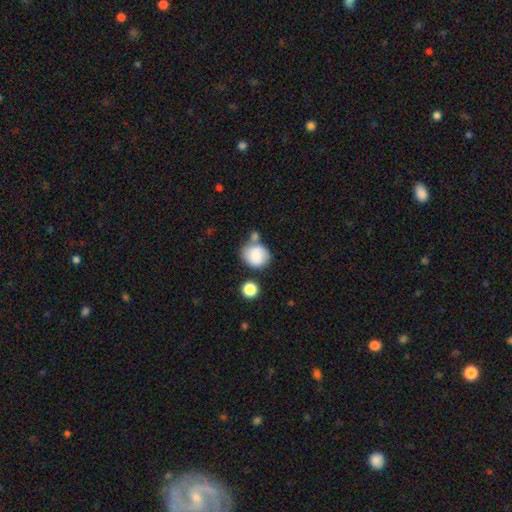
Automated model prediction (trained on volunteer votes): Smooth or featured?
  - smooth: 76% *
  - featured or disk: 16%
  - star or artifact: 8%
How rounded?
  - round: 81% *
  - in between: 18%
  - cigar-shaped: 1%
Merging?
  - none: 56% *
  - merger: 21%
  - minor disturbance: 18%
  - major disturbance: 5%